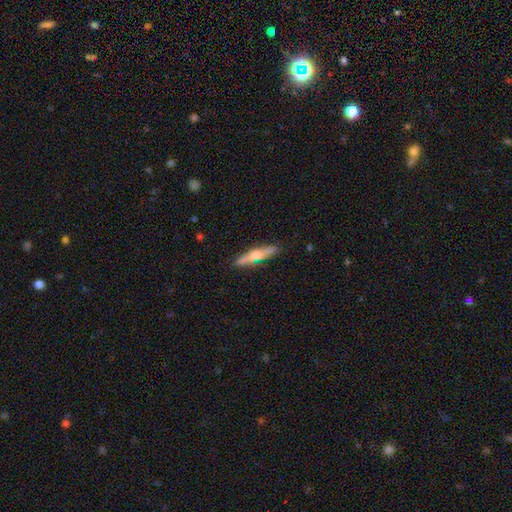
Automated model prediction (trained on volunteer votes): Smooth or featured: smooth — 51% (featured or disk — 42%)
How rounded: cigar-shaped — 83% (in between — 15%)
Merging: none — 81% (minor disturbance — 13%)